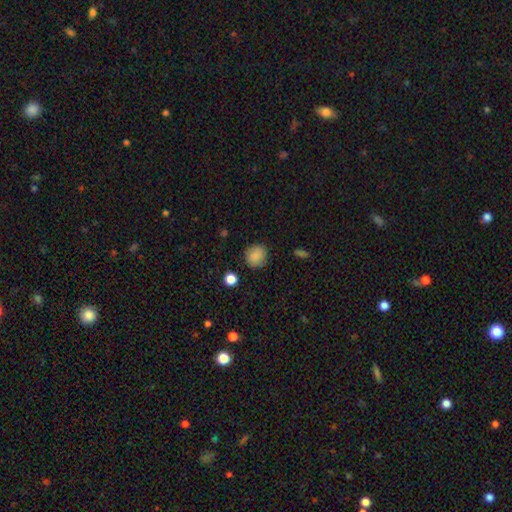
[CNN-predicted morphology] Smooth or featured? smooth (86%)
How rounded? round (83%)
Merging? none (83%)